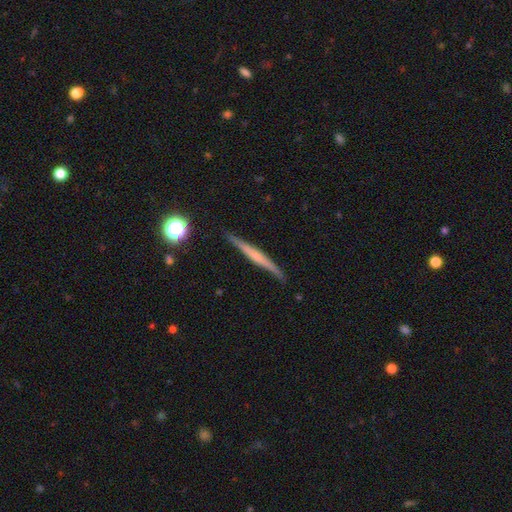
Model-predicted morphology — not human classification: Smooth or featured? Predicted: featured or disk (p=0.59). Edge-on disk? Predicted: yes (p=0.97). Edge-on bulge? Predicted: none (p=0.57). Merging? Predicted: none (p=0.88).